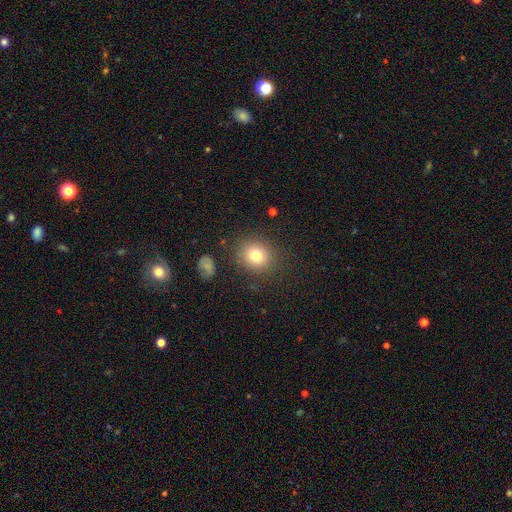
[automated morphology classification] type=smooth (78%); roundness=round (79%); merging=none (85%).